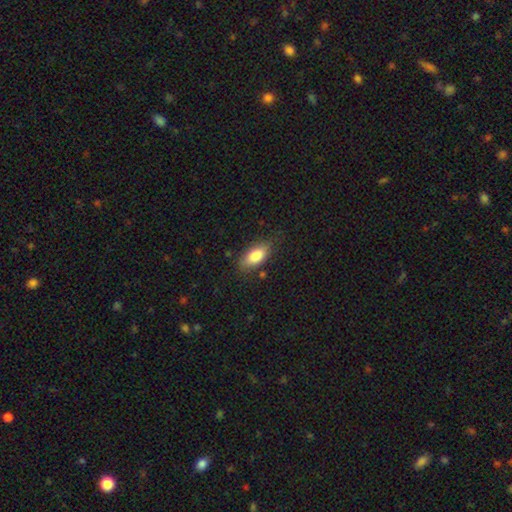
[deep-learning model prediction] This is clearly a smooth galaxy (82%). How rounded: clearly in between (88%). Merging: likely none (77%).